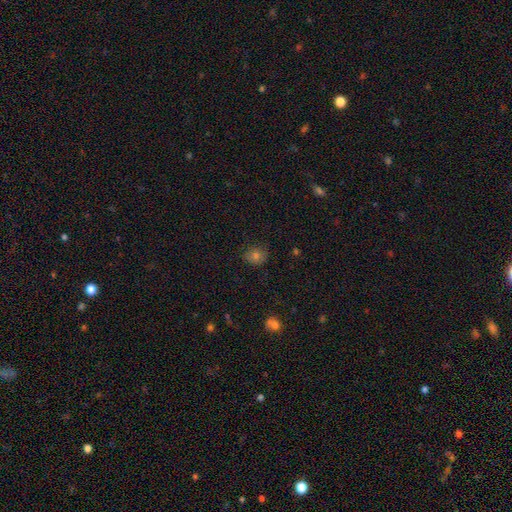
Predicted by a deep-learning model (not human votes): A smooth galaxy with no disk features (70%) that is round (71%). Merging: none (78%).